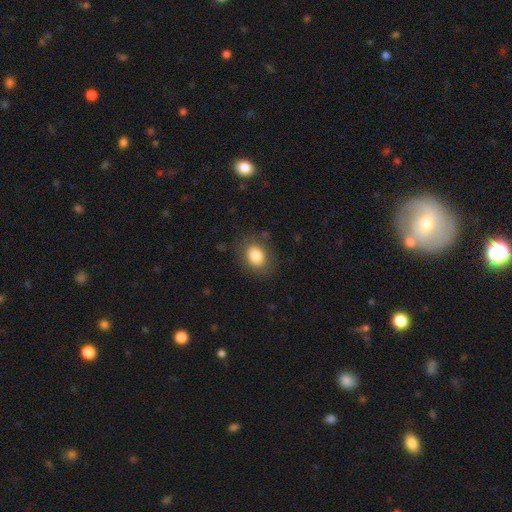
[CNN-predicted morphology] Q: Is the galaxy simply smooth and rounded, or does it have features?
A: smooth — 82%.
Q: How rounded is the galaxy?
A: in between — 62%.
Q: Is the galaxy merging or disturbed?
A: none — 80%.